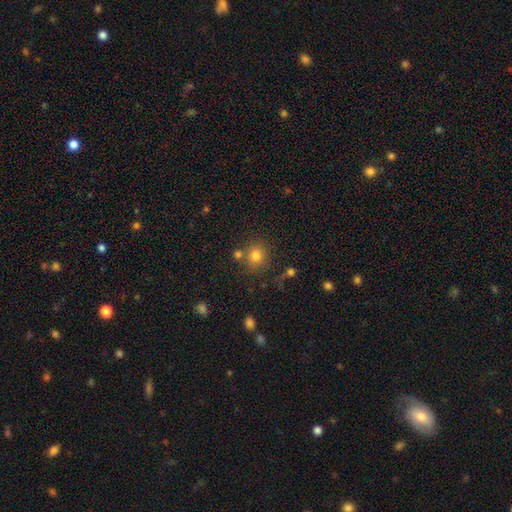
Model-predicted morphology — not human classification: This appears to be a smooth galaxy with no disk features (78%) that is round (87%). Merging: none (72%).